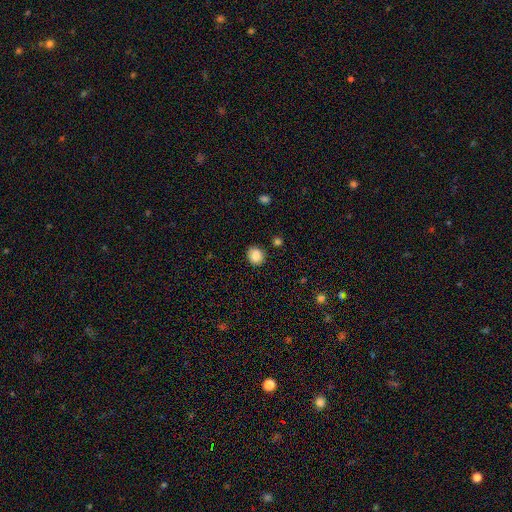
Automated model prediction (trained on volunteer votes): Smooth or featured? Predicted: smooth (p=0.87). How rounded? Predicted: round (p=0.78). Merging? Predicted: none (p=0.87).